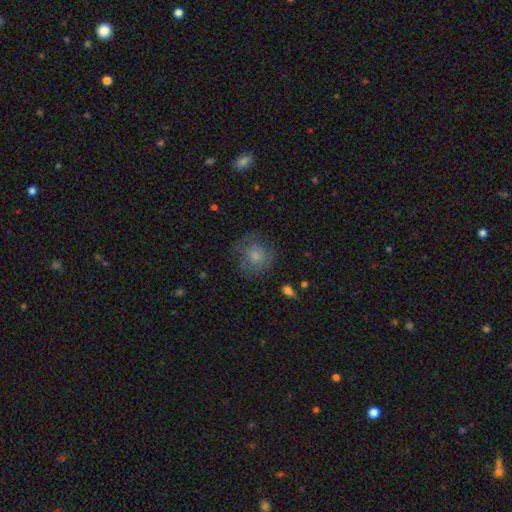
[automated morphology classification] type=smooth (65%); roundness=round (85%); merging=none (63%).